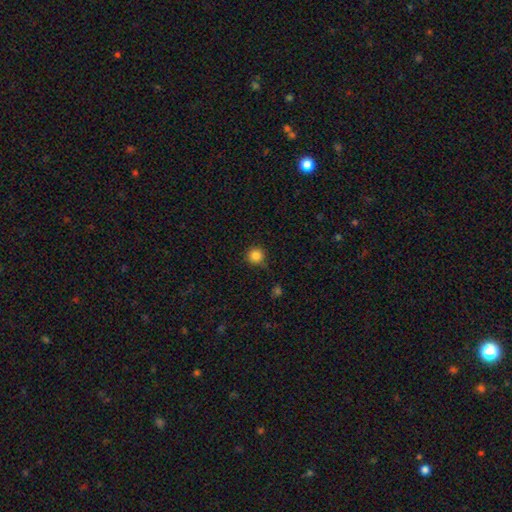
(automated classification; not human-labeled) A smooth galaxy with no disk features (84%) that is round (95%).

Vote fractions:
- Smooth or featured? smooth: 84% / star or artifact: 12% / featured or disk: 4%
- How rounded? round: 95% / in between: 4% / cigar-shaped: 1%
- Merging? none: 82% / minor disturbance: 13% / major disturbance: 3% / merger: 2%